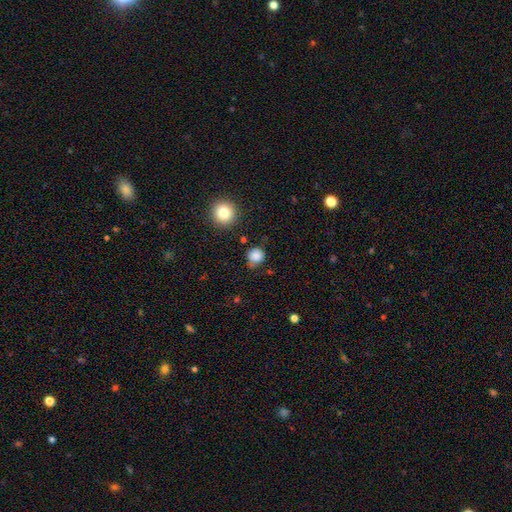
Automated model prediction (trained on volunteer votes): A smooth galaxy with no disk features (84%) that is round (90%).

Vote fractions:
- Smooth or featured? smooth: 84% / star or artifact: 11% / featured or disk: 5%
- How rounded? round: 90% / in between: 9% / cigar-shaped: 1%
- Merging? none: 73% / minor disturbance: 18% / major disturbance: 5% / merger: 3%